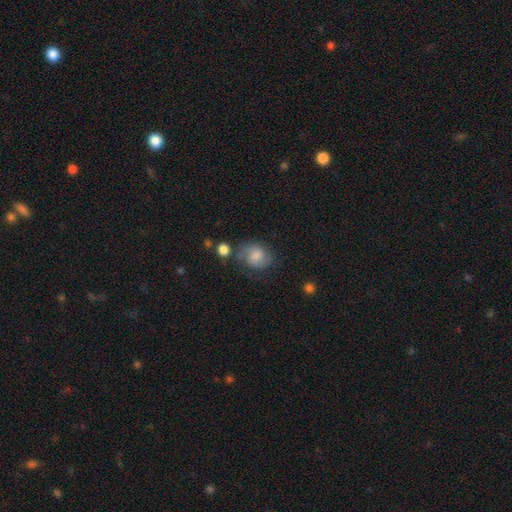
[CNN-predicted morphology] smooth_or_featured: smooth (p=0.55) [alt: featured or disk p=0.36]
how_rounded: round (p=0.53) [alt: in between p=0.45]
merging: none (p=0.62) [alt: minor disturbance p=0.23]